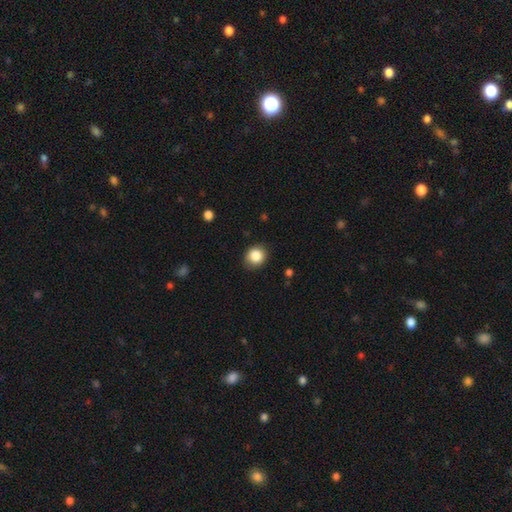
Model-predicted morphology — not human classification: The model was most divided on "how rounded": round: 80%, in between: 20%, cigar-shaped: 1%. More confident: merging — none (86%); smooth or featured — smooth (86%).